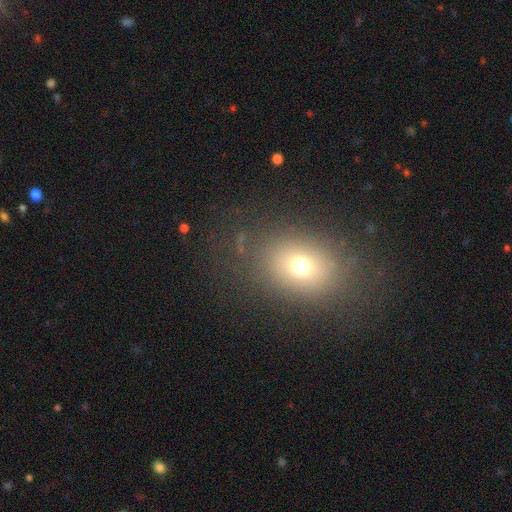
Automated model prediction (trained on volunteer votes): This appears to be a smooth galaxy with no disk features (65%) that is in between round and cigar-shaped (64%). Merging: none (82%).